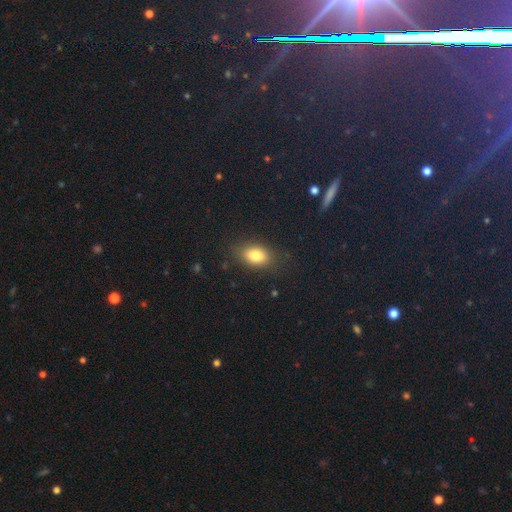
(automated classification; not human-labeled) Smooth or featured? Predicted: smooth (p=0.81). How rounded? Predicted: in between (p=0.81). Merging? Predicted: none (p=0.82).